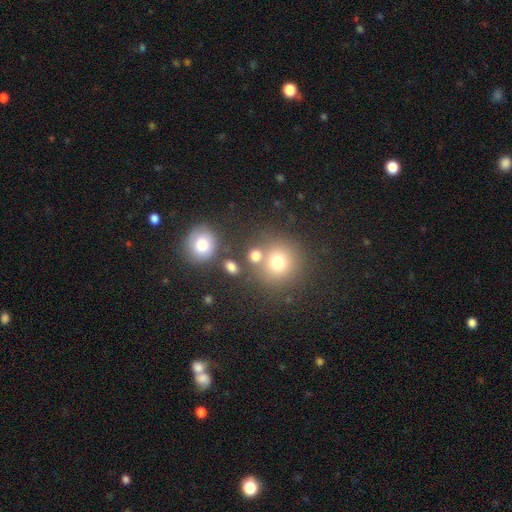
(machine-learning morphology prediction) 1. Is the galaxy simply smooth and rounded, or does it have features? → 74% smooth, 16% star or artifact, 10% featured or disk.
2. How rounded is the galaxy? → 80% round, 19% in between, 1% cigar-shaped.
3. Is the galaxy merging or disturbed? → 61% none, 24% merger, 10% minor disturbance, 5% major disturbance.